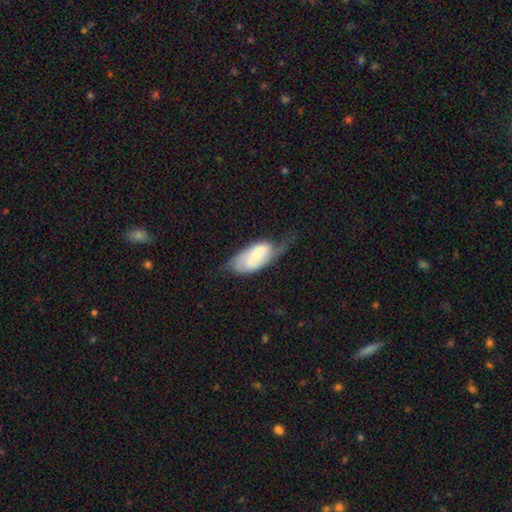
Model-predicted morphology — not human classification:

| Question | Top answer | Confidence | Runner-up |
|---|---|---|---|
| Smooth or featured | featured or disk | 50% | smooth (43%) |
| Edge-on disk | no | 90% | yes (10%) |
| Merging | none | 33% | tied: minor disturbance (33%) |